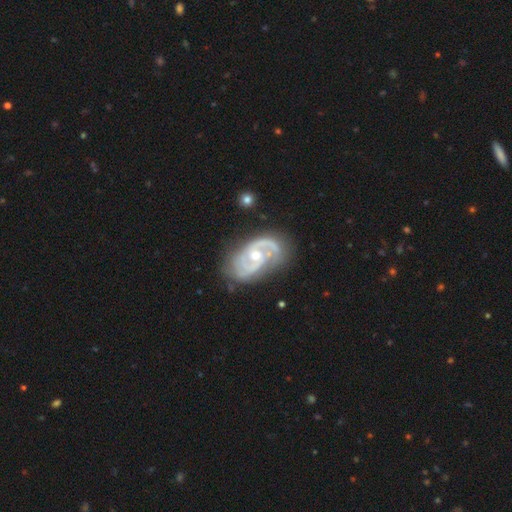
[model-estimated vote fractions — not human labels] Morphology: type=featured or disk (90%); edge-on=no (97%); bar=no (61%); spiral arms=yes (96%); winding=medium (44%); arm count=2 (74%); bulge=moderate (59%); merging=none (70%).